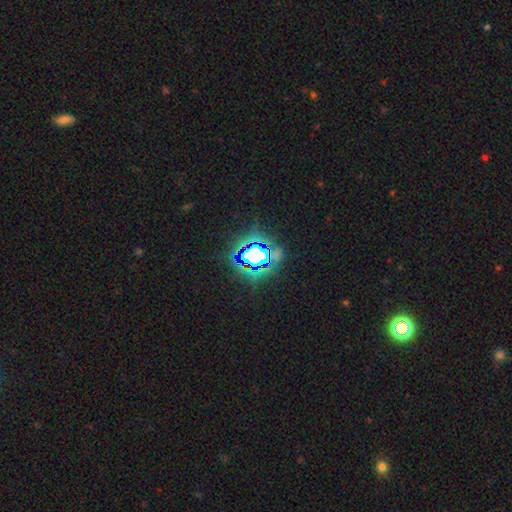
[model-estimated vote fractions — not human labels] Overall: star or artifact (73%).